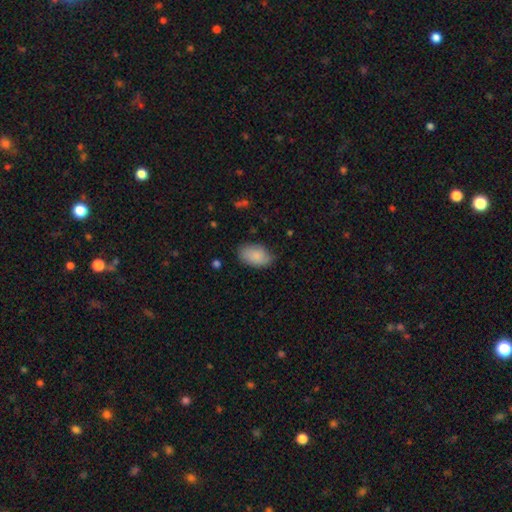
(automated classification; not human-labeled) Overall: smooth (85%). How rounded: in between (93%). Merging: none (76%).